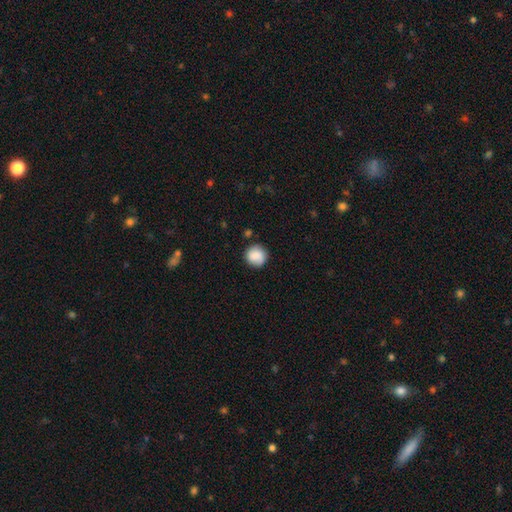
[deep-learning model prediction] This appears to be a smooth galaxy with no disk features (85%) that is round (93%). Merging: none (85%).